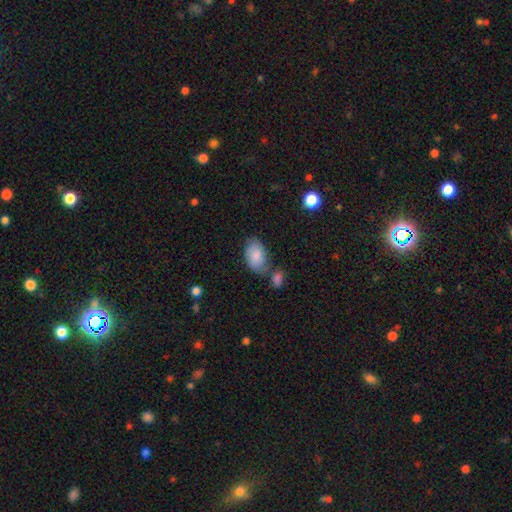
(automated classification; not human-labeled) Overall: smooth (83%). How rounded: in between (92%). Merging: none (56%; minor disturbance 20%).